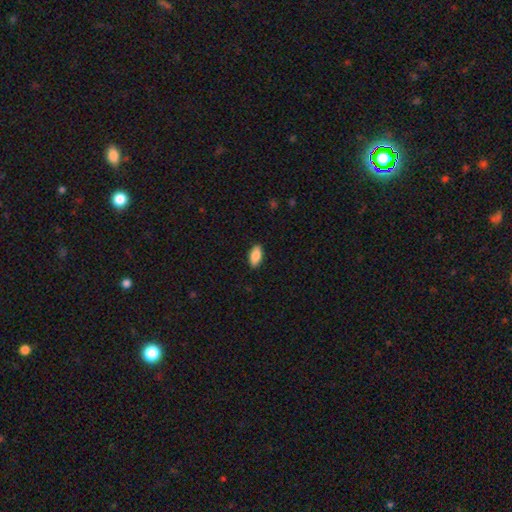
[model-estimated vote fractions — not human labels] Overall: smooth (87%). How rounded: in between (88%). Merging: none (89%).